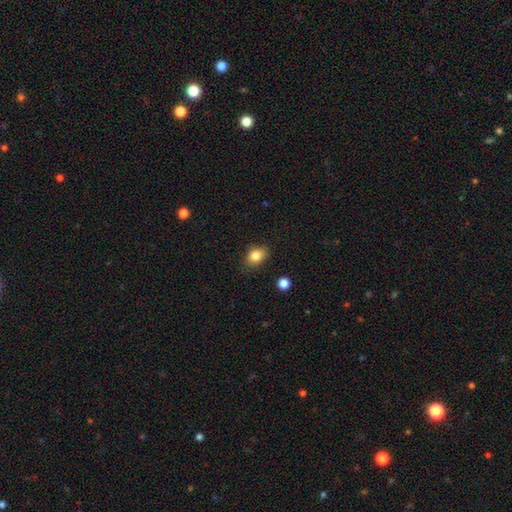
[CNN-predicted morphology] smooth 83%, star or artifact 10%, featured or disk 7%. Down the decision tree: how rounded — in between (63%); merging — none (84%).